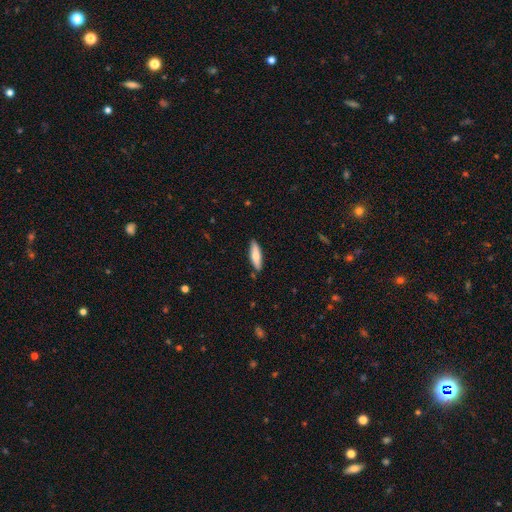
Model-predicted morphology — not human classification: Overall: smooth (76%). How rounded: cigar-shaped (62%; in between 36%). Merging: none (86%).